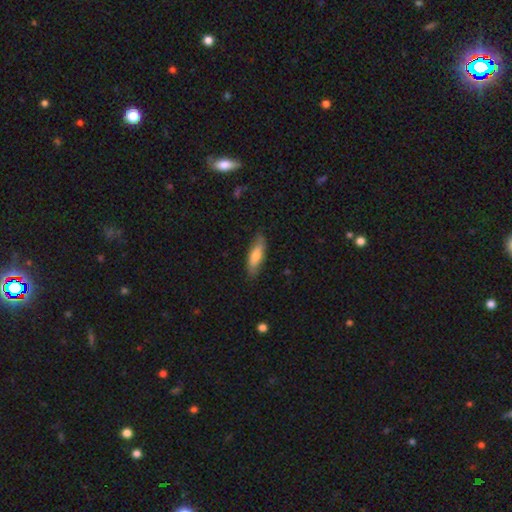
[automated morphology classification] A smooth galaxy with no disk features (73%) that is cigar-shaped (54%). Merging: none (80%).